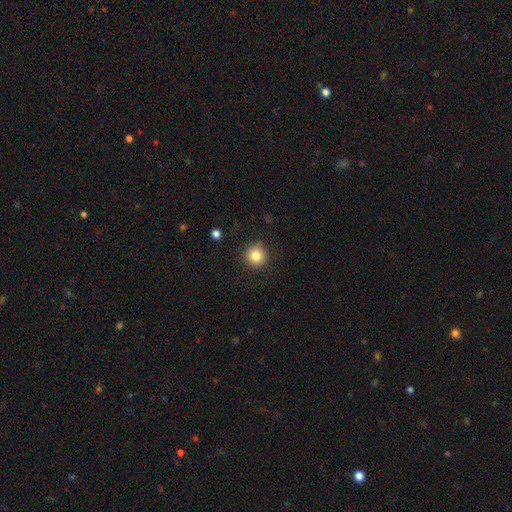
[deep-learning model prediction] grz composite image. It shows a smooth galaxy with no disk features (83%) that is round (93%). Merging: none (86%).